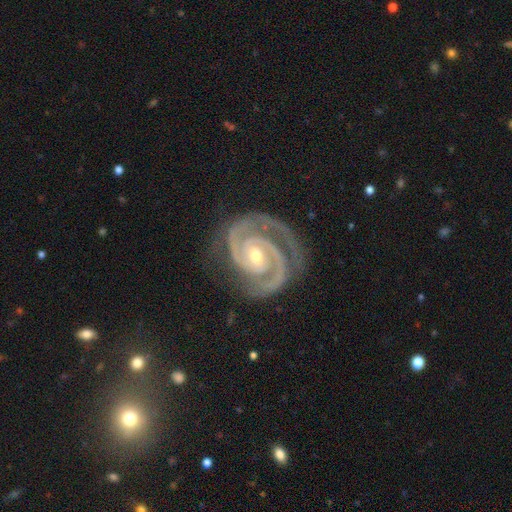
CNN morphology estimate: Smooth or featured: featured or disk — 94% (star or artifact — 4%)
Edge-on disk: no — 98% (yes — 2%)
Bar: no — 49% (weak — 31%)
Spiral arms: yes — 99% (no — 1%)
Spiral winding: tight — 73% (medium — 25%)
Spiral arm count: 2 — 88% (3 — 6%)
Bulge size: small — 50% (moderate — 47%)
Merging: none — 78% (minor disturbance — 15%)